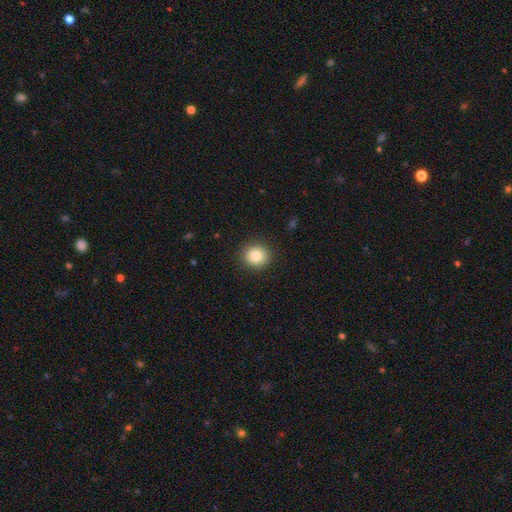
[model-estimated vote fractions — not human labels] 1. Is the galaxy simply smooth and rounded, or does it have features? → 84% smooth, 9% star or artifact, 7% featured or disk.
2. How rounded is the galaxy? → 87% round, 12% in between, 1% cigar-shaped.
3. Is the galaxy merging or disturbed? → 91% none, 6% minor disturbance, 2% major disturbance, 1% merger.